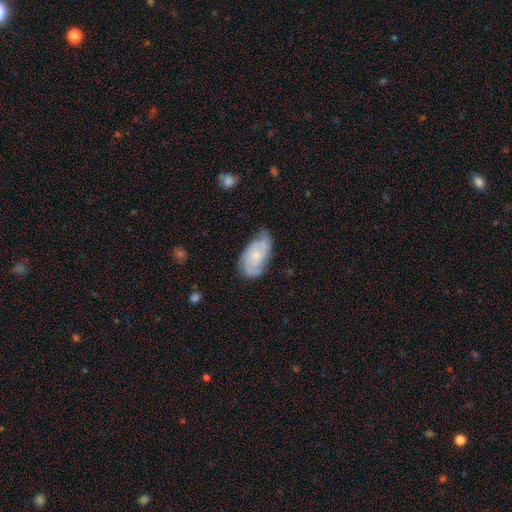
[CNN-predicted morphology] Smooth or featured?
  - featured or disk: 59% *
  - smooth: 35%
  - star or artifact: 6%
Edge-on disk?
  - no: 96% *
  - yes: 4%
Bar?
  - no: 73% *
  - weak: 24%
  - strong: 4%
Spiral arms?
  - yes: 86% *
  - no: 14%
Bulge size?
  - small: 60% *
  - moderate: 31%
  - none: 7%
  - large: 2%
  - dominant: 1%
Merging?
  - none: 58% *
  - minor disturbance: 32%
  - major disturbance: 9%
  - merger: 2%